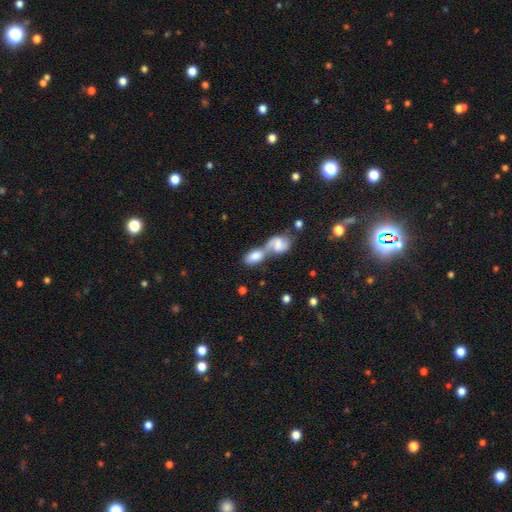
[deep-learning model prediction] smooth_or_featured: smooth (p=0.69) [alt: featured or disk p=0.24]
how_rounded: in between (p=0.86) [alt: round p=0.08]
merging: merger (p=0.73) [alt: none p=0.16]